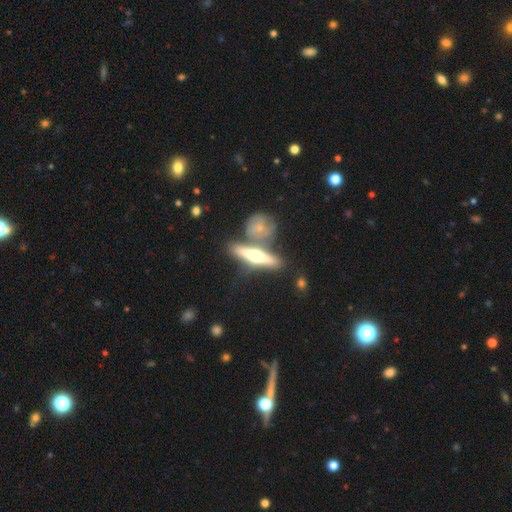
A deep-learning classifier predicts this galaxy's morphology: Smooth or featured? featured or disk (64%)
Edge-on disk? yes (93%)
Edge-on bulge? rounded (93%)
Merging? none (65%)